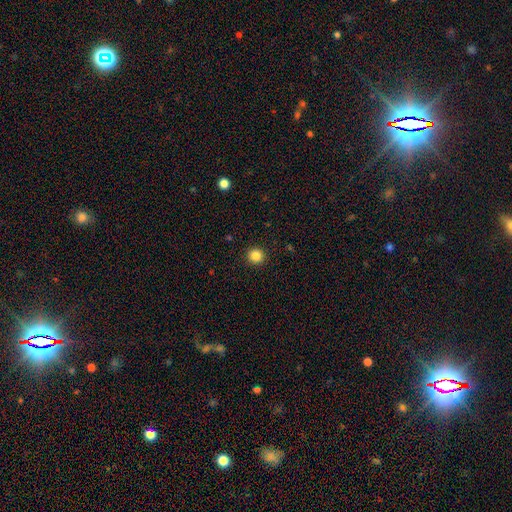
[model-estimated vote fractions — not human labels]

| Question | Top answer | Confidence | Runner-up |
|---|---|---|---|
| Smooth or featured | smooth | 84% | star or artifact (11%) |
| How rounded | round | 93% | in between (6%) |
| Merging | none | 93% | minor disturbance (5%) |